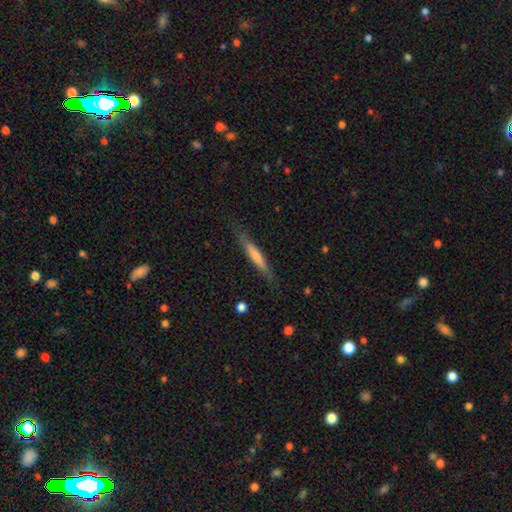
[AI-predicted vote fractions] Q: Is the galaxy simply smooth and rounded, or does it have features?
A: smooth — 58%.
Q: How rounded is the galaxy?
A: cigar-shaped — 93%.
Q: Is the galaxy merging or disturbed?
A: none — 81%.